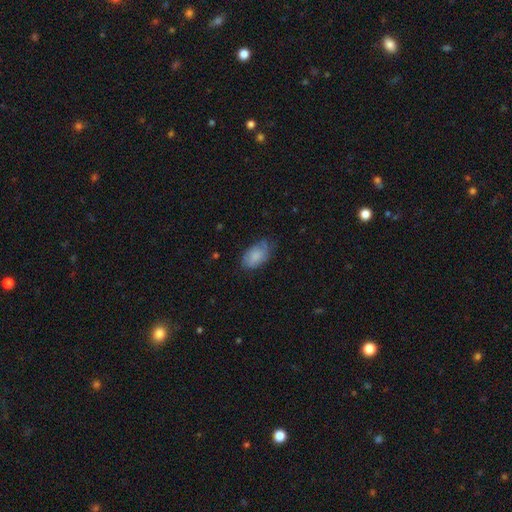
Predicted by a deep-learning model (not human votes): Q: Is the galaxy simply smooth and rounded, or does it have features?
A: smooth — 75%.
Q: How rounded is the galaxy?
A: in between — 92%.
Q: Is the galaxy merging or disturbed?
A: none — 59%.